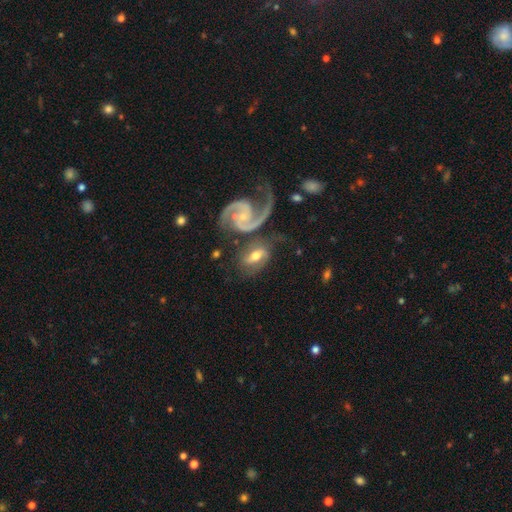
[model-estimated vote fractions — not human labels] Overall: featured or disk (66%; smooth 27%). Edge-on disk: no (94%). Bar: weak (41%; no 36%). Spiral arms: yes (89%). Spiral arm count: 2 (84%). Spiral winding: medium (49%; loose 34%). Bulge size: moderate (48%; small 40%). Merging: none (47%; merger 24%).